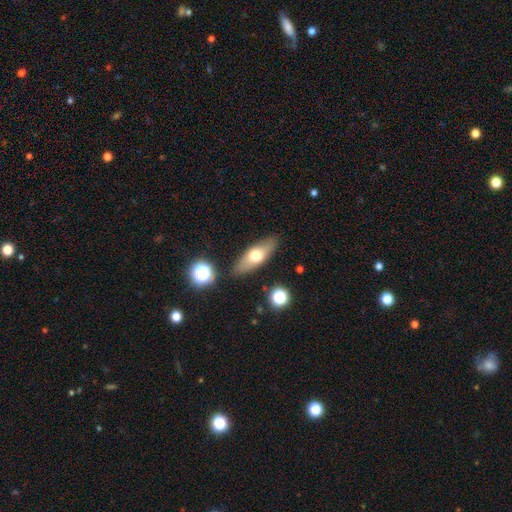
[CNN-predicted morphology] Smooth or featured?
  - smooth: 60% *
  - featured or disk: 33%
  - star or artifact: 7%
How rounded?
  - in between: 63% *
  - cigar-shaped: 32%
  - round: 4%
Merging?
  - none: 86% *
  - minor disturbance: 9%
  - merger: 2%
  - major disturbance: 2%